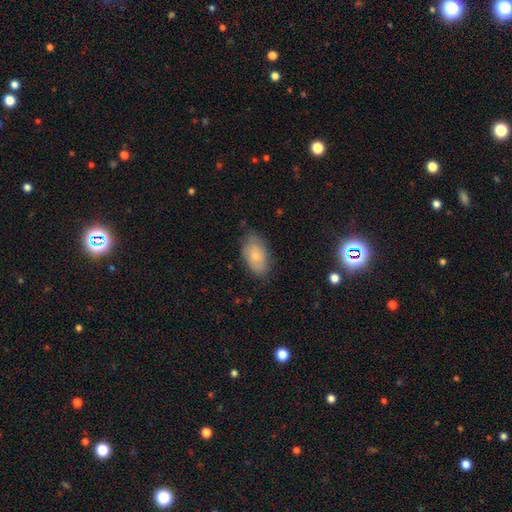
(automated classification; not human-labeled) Overall: smooth (68%). How rounded: in between (92%). Merging: none (74%).